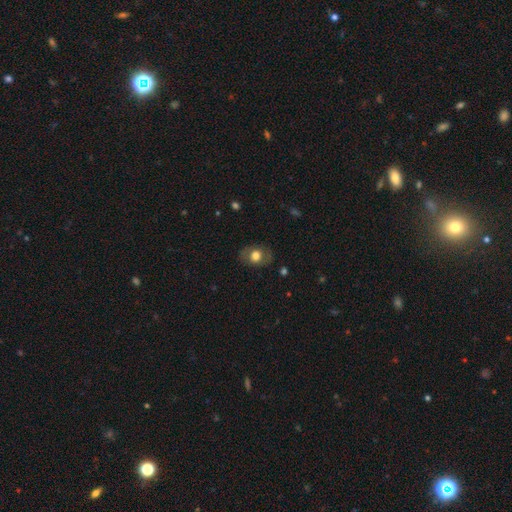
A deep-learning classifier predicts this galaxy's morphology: This is likely a smooth galaxy (64%). How rounded: possibly in between (57%). Merging: likely none (79%).